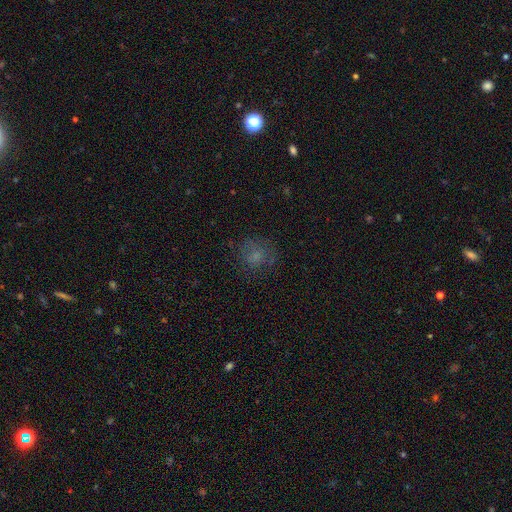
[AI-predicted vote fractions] Smooth or featured?
  - smooth: 65% *
  - featured or disk: 18%
  - star or artifact: 17%
How rounded?
  - round: 79% *
  - in between: 20%
  - cigar-shaped: 1%
Merging?
  - none: 66% *
  - minor disturbance: 19%
  - major disturbance: 13%
  - merger: 2%